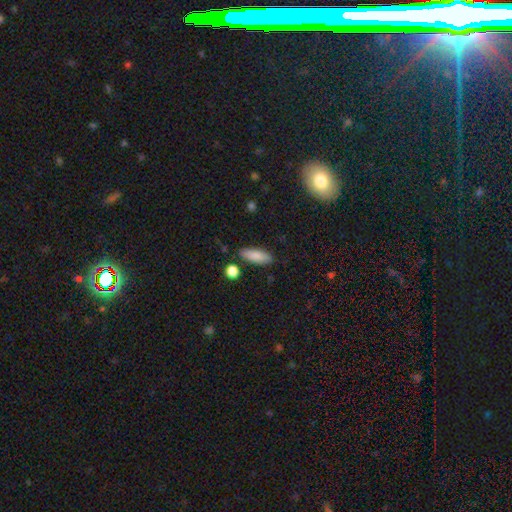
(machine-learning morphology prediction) Overall: smooth (86%). How rounded: in between (65%; cigar-shaped 32%). Merging: none (82%).